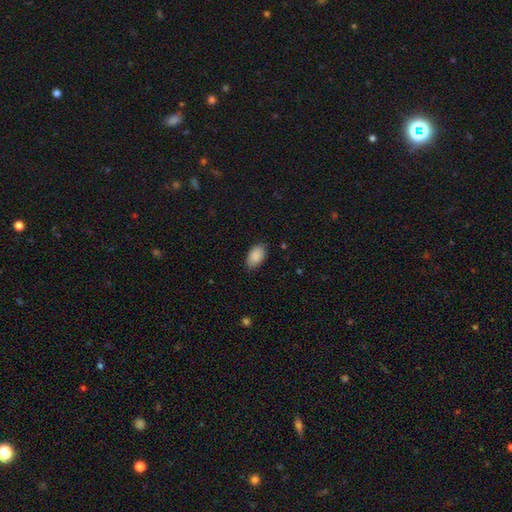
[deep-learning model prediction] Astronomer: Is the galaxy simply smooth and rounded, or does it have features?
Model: smooth — 89%.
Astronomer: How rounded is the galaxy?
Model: in between — 93%.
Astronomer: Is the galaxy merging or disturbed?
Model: none — 80%.